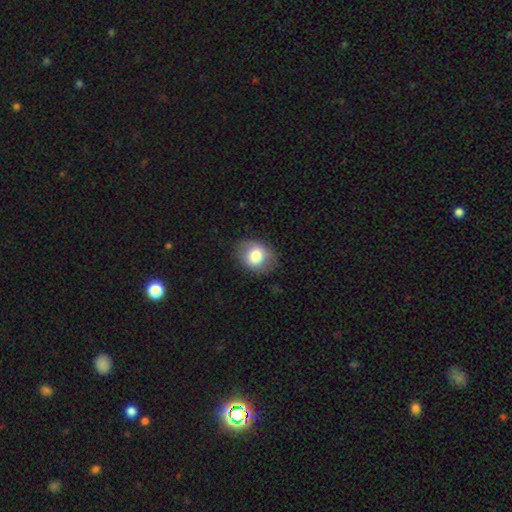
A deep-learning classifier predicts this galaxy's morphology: This appears to be a smooth galaxy with no disk features (76%) that is round (50%). Merging: none (80%).